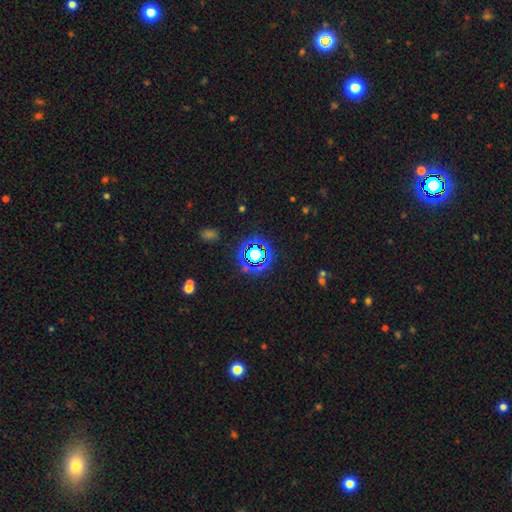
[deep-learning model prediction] A star or artifact, not a galaxy (68%).